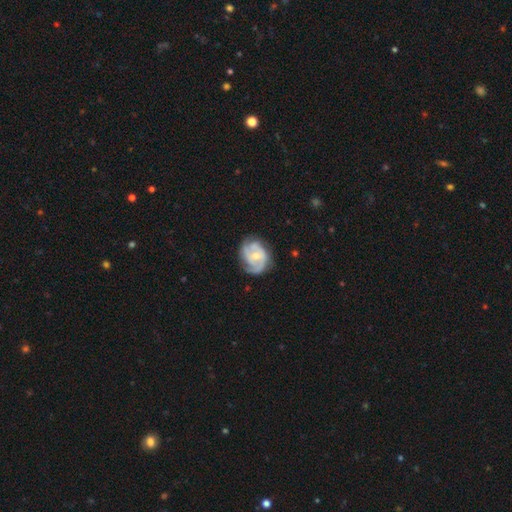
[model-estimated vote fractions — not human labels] This appears to be a featured or disk galaxy (80%) with no bar (56%), 2 (35%) tight (45%) spiral arms (93%) and a small central bulge (52%). Merging: none (61%).